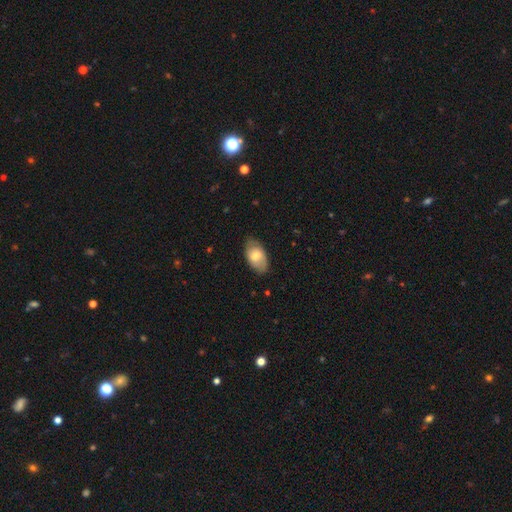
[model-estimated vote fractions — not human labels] A smooth galaxy with no disk features (62%) that is in between round and cigar-shaped (92%).

Vote fractions:
- Smooth or featured? smooth: 62% / featured or disk: 32% / star or artifact: 6%
- How rounded? in between: 92% / round: 6% / cigar-shaped: 2%
- Merging? none: 77% / minor disturbance: 18% / major disturbance: 4% / merger: 1%